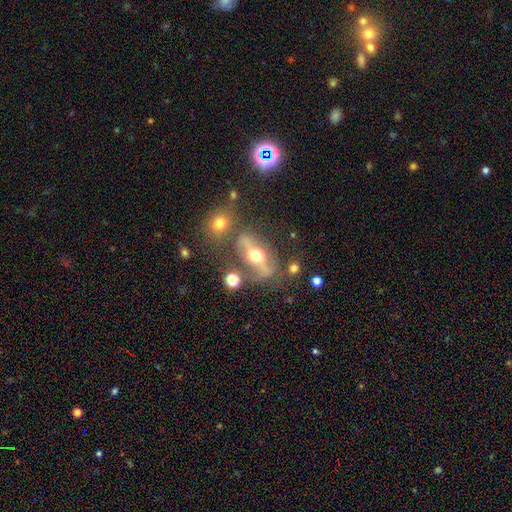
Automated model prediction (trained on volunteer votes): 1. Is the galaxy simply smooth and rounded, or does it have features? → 60% featured or disk, 29% smooth, 12% star or artifact.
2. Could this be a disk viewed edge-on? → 68% no, 32% yes.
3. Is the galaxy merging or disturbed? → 59% none, 16% minor disturbance, 13% merger, 12% major disturbance.